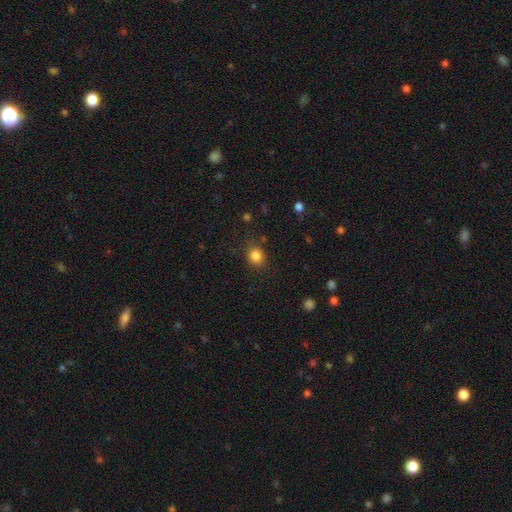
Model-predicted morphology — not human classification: The model was most divided on "how rounded": round: 77%, in between: 22%, cigar-shaped: 1%. More confident: smooth or featured — smooth (85%); merging — none (84%).